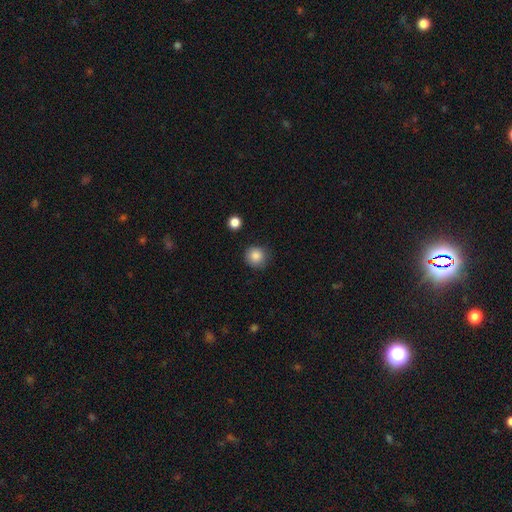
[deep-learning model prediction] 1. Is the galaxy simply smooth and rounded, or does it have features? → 86% smooth, 9% star or artifact, 4% featured or disk.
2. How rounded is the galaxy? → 92% round, 7% in between, 1% cigar-shaped.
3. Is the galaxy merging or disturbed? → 84% none, 11% minor disturbance, 3% major disturbance, 2% merger.